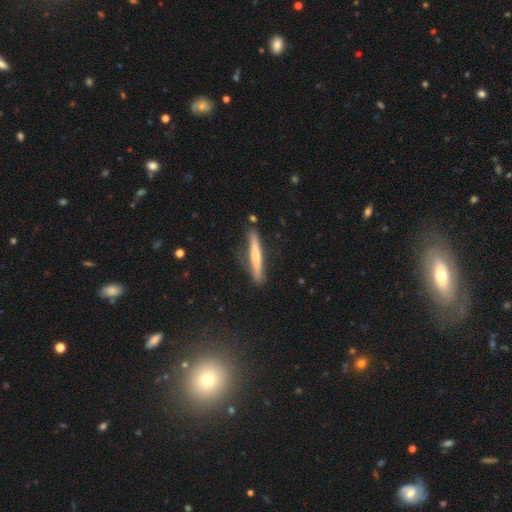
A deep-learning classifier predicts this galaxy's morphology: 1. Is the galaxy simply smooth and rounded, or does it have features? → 52% smooth, 42% featured or disk, 6% star or artifact.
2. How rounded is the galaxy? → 94% cigar-shaped, 4% in between, 1% round.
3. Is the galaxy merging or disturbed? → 83% none, 12% minor disturbance, 3% major disturbance, 2% merger.